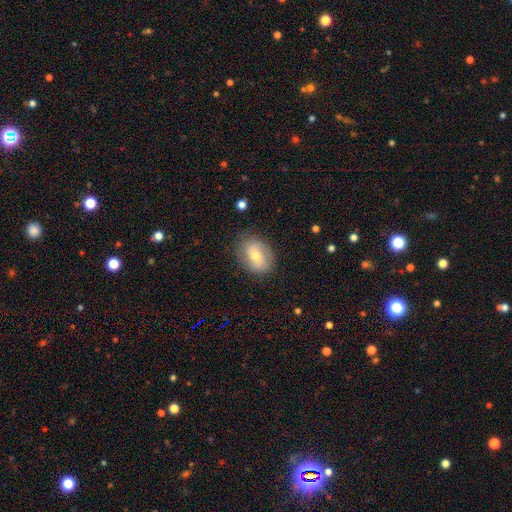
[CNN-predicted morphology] A smooth galaxy with no disk features (51%) that is in between round and cigar-shaped (70%). Merging: none (79%).